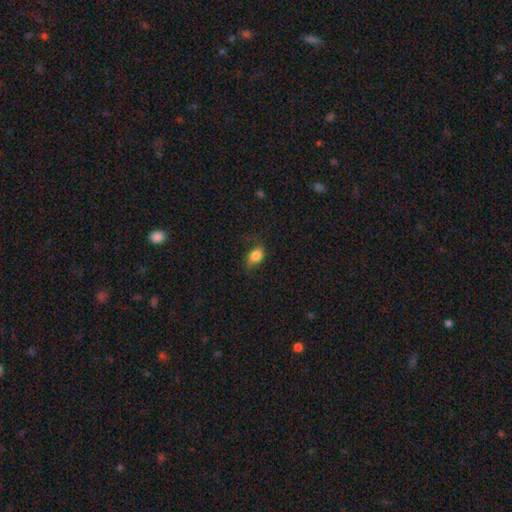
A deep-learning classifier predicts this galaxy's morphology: The model was most divided on "merging": none: 60%, minor disturbance: 26%, major disturbance: 12%, merger: 2%. More confident: smooth or featured — smooth (81%); how rounded — in between (79%).